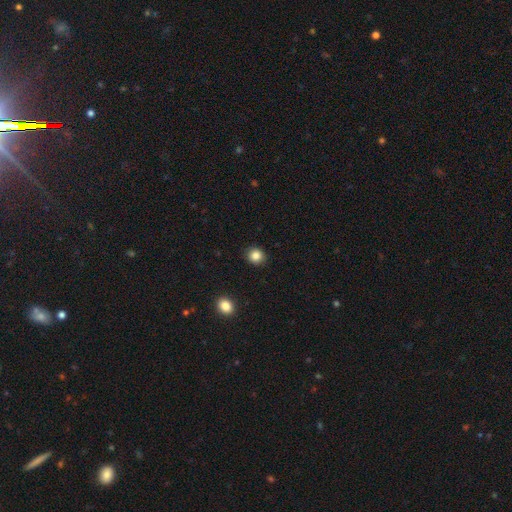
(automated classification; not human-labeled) Smooth or featured? smooth (85%)
How rounded? round (85%)
Merging? none (91%)